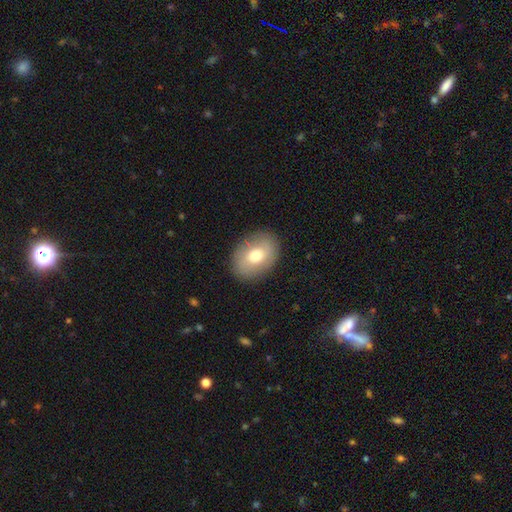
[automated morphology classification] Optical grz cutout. It shows a smooth galaxy with no disk features (71%) that is in between round and cigar-shaped (76%). Merging: none (87%).